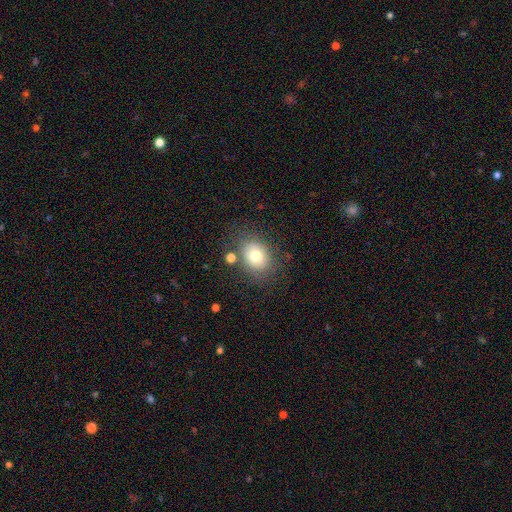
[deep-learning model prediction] smooth-or-featured: smooth: 72% | featured or disk: 17% | star or artifact: 11%
  how-rounded: round: 51% | in between: 48% | cigar-shaped: 1%
  merging: none: 72% | minor disturbance: 15% | merger: 7% | major disturbance: 6%